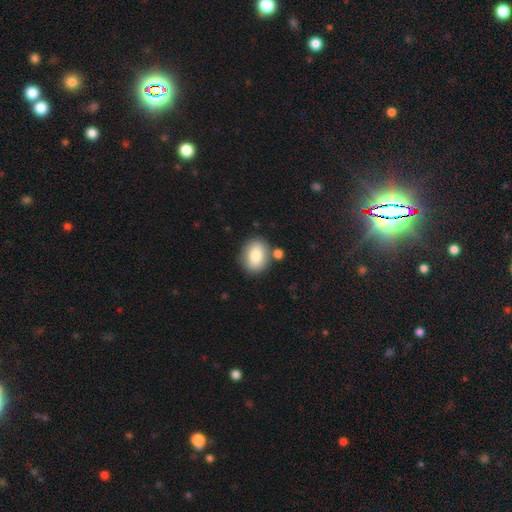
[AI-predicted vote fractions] The model was most divided on "how rounded": in between: 56%, round: 43%, cigar-shaped: 1%. More confident: smooth or featured — smooth (79%); merging — none (75%).